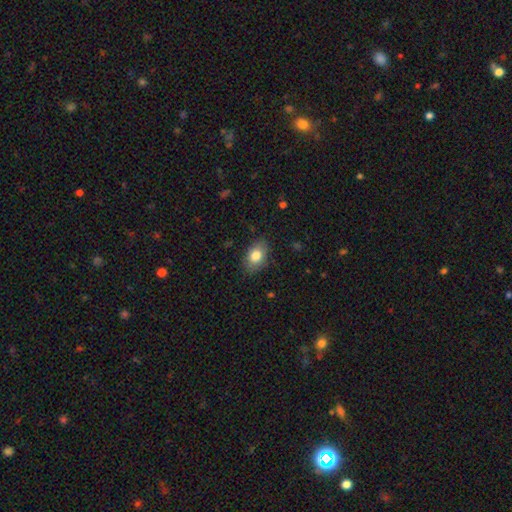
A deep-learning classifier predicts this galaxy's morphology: A smooth galaxy with no disk features (81%) that is in between round and cigar-shaped (85%). Merging: none (84%).